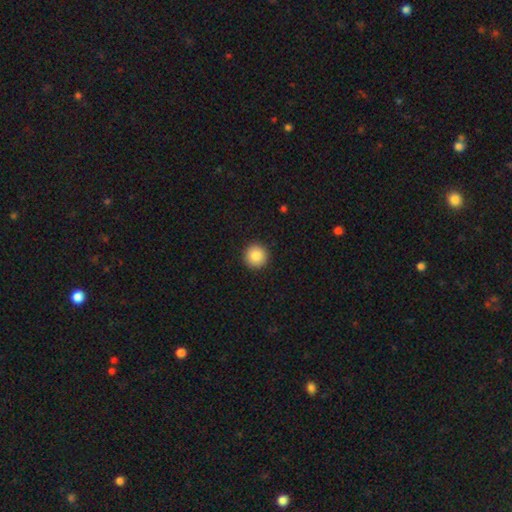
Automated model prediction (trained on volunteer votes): The model was most divided on "smooth or featured": smooth: 87%, star or artifact: 9%, featured or disk: 4%. More confident: how rounded — round (96%); merging — none (93%).